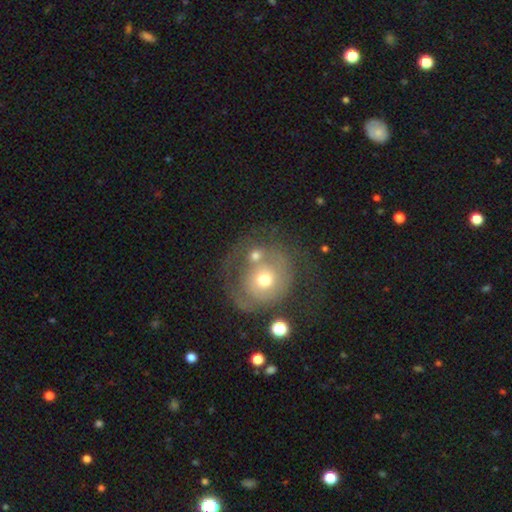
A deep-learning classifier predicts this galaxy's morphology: Q: Smooth or featured?
A: featured or disk (49%); runner-up: smooth (40%)
Q: Merging?
A: none (38%); runner-up: major disturbance (23%)